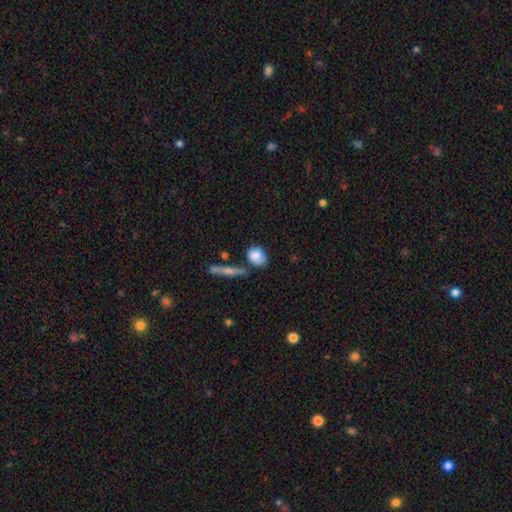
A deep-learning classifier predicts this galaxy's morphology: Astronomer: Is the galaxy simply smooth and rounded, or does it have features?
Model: smooth — 81%.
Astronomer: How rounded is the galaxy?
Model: round — 51% (runner-up: in between, 44%).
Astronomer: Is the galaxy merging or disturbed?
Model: none — 57%.